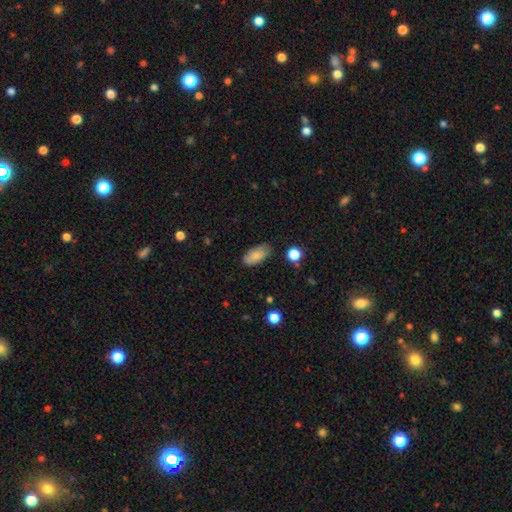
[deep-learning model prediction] Smooth or featured: smooth — 82% (featured or disk — 11%)
How rounded: in between — 91% (cigar-shaped — 6%)
Merging: none — 81% (minor disturbance — 15%)